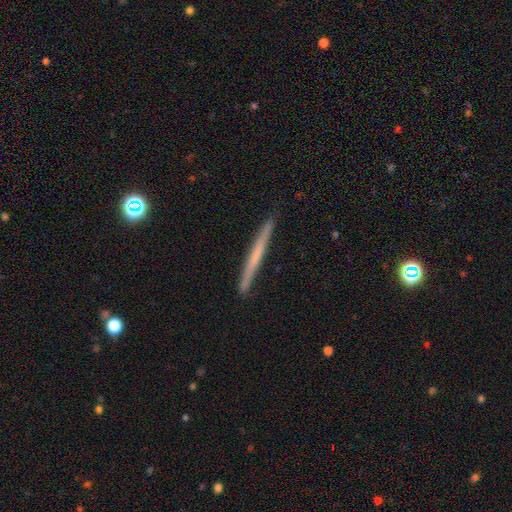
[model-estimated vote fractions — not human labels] Smooth or featured: featured or disk — 47% (smooth — 46%)
Merging: none — 92% (minor disturbance — 6%)